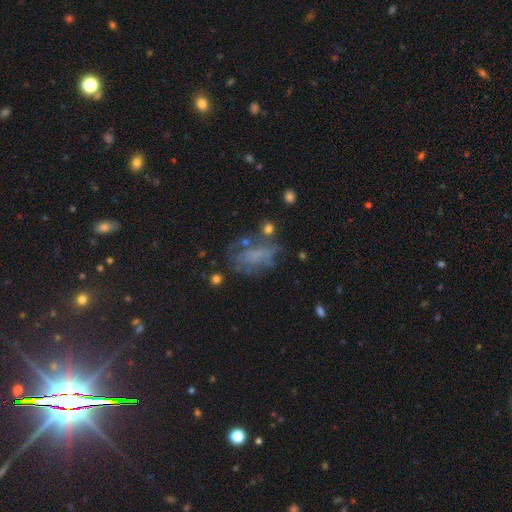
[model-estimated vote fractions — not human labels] Smooth or featured: featured or disk — 42% (smooth — 40%)
Merging: none — 43% (major disturbance — 27%)